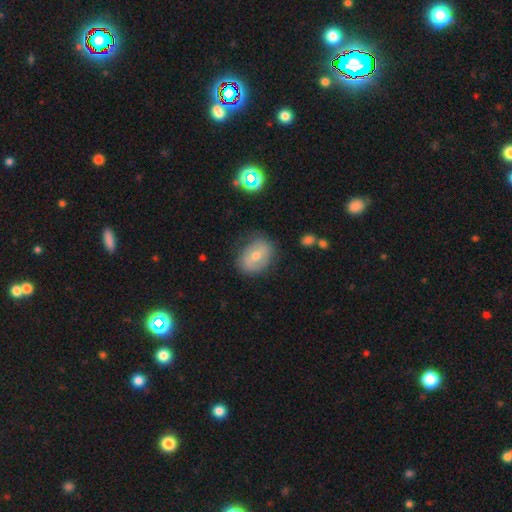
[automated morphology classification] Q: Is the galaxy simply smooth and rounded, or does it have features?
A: smooth — 48%.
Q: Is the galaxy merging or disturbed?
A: none — 76%.